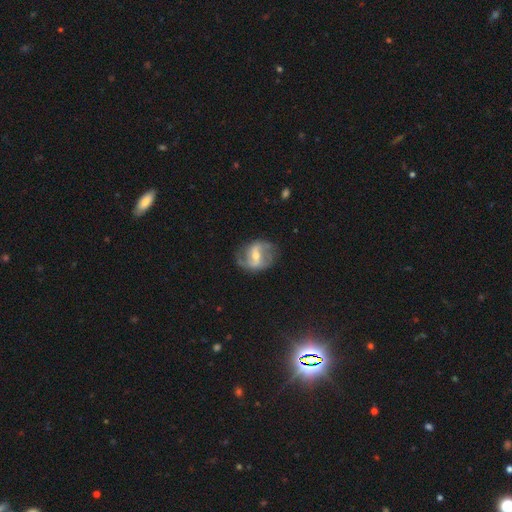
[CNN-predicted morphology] Smooth or featured? featured or disk (83%)
Edge-on disk? no (97%)
Bar? strong (44%)
Spiral arms? yes (91%)
Spiral winding? loose (45%)
Spiral arm count? 2 (87%)
Bulge size? moderate (53%)
Merging? none (73%)